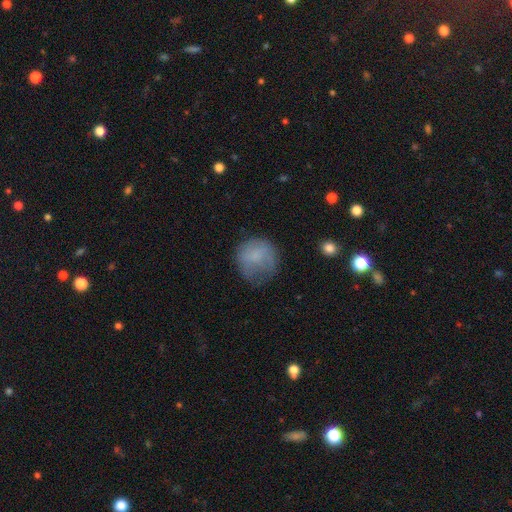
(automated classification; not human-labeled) Morphology: type=smooth (73%); roundness=round (83%); merging=none (54%).